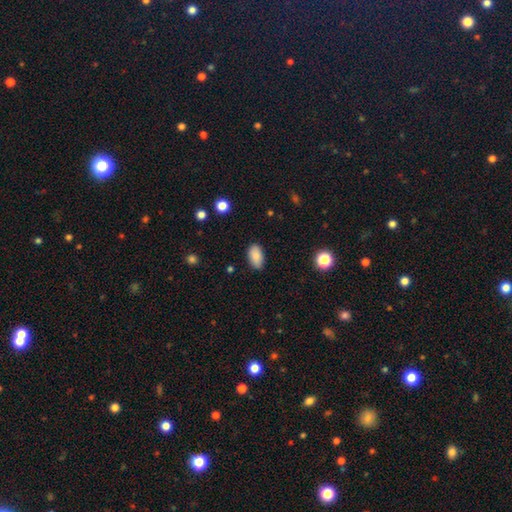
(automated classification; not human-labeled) Overall: smooth (85%). How rounded: in between (93%). Merging: none (84%).